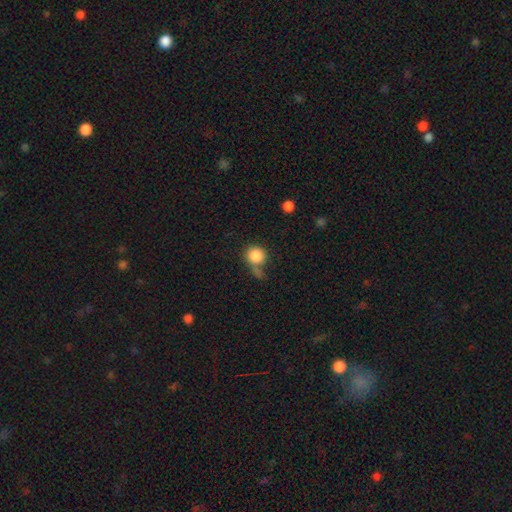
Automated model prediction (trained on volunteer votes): Overall: smooth (85%). How rounded: round (89%). Merging: none (43%; merger 21%).